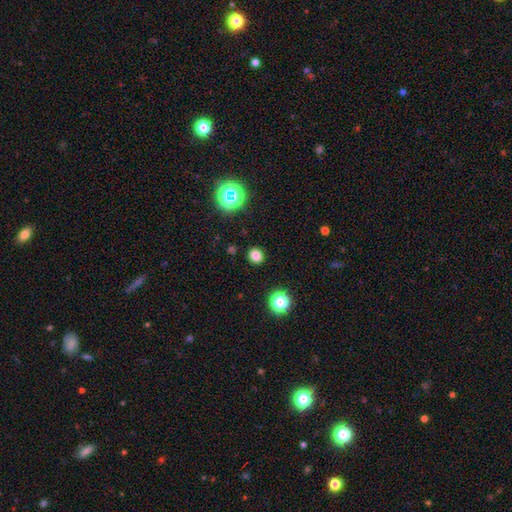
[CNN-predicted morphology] This appears to be a smooth galaxy with no disk features (79%) that is round (81%). Merging: none (91%).